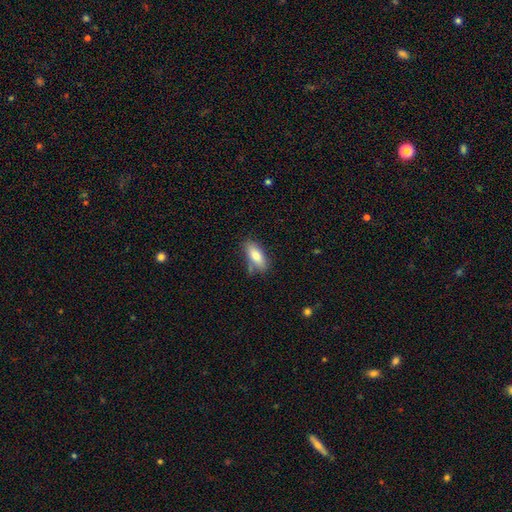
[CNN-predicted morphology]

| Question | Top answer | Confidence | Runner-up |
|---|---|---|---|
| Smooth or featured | smooth | 81% | featured or disk (12%) |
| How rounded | in between | 79% | cigar-shaped (18%) |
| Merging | none | 71% | minor disturbance (19%) |